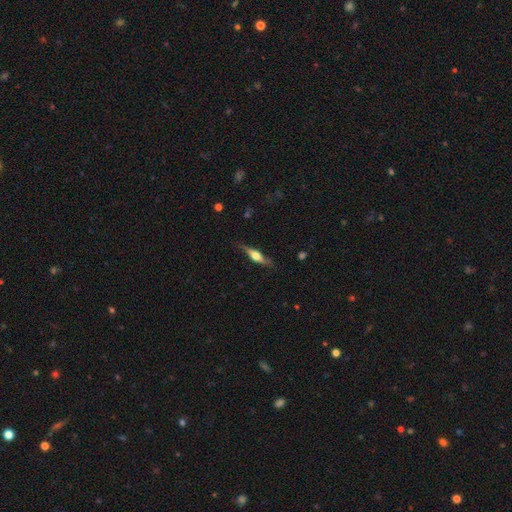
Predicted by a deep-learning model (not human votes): Overall: featured or disk (62%; smooth 33%). Edge-on disk: yes (93%). Edge-on bulge: rounded (90%). Merging: none (78%).